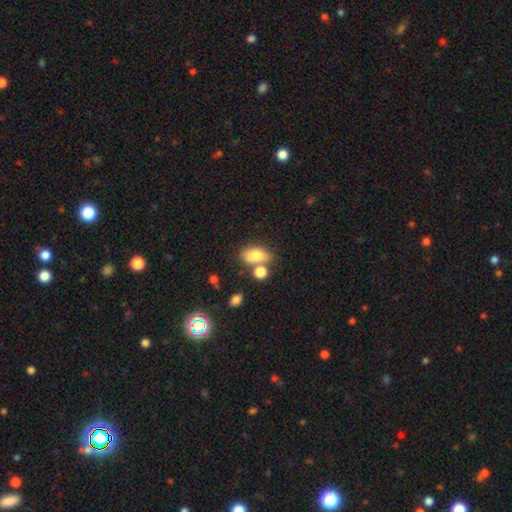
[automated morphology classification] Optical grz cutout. It shows a smooth galaxy with no disk features (78%) that is in between round and cigar-shaped (84%). Merging: none (53%).